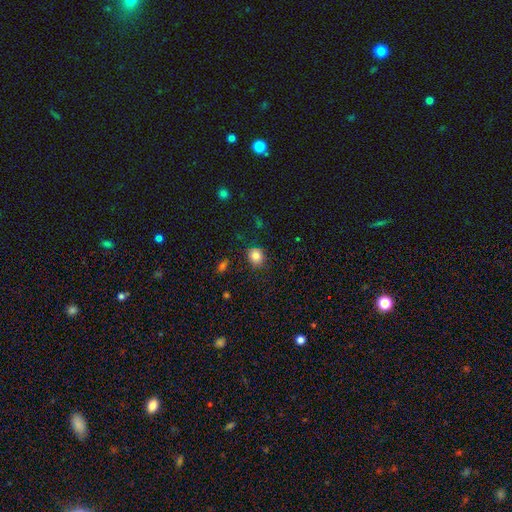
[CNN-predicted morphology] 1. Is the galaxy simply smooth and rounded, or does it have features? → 83% smooth, 11% star or artifact, 6% featured or disk.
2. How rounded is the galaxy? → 77% round, 22% in between, 1% cigar-shaped.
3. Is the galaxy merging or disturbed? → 84% none, 11% minor disturbance, 3% major disturbance, 2% merger.